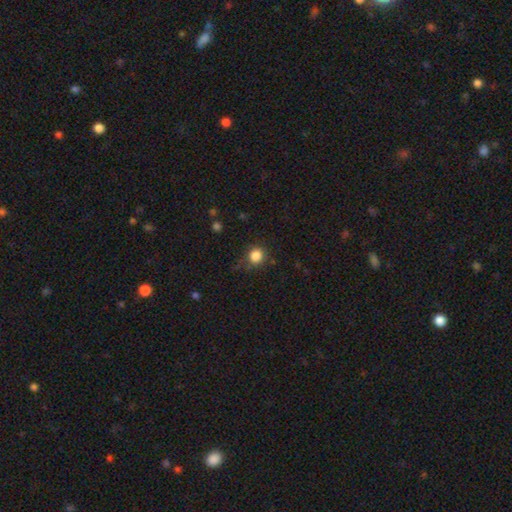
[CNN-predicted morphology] Q: Smooth or featured?
A: smooth (85%); runner-up: star or artifact (11%)
Q: How rounded?
A: round (86%); runner-up: in between (13%)
Q: Merging?
A: none (75%); runner-up: minor disturbance (18%)